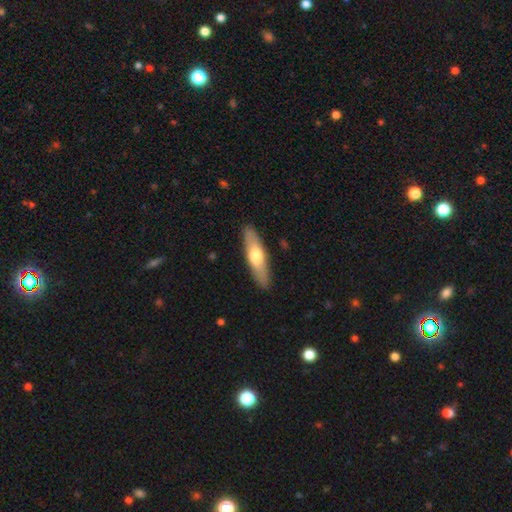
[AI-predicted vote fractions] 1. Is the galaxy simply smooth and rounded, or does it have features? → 56% smooth, 39% featured or disk, 5% star or artifact.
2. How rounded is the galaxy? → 67% cigar-shaped, 31% in between, 2% round.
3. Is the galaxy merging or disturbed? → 88% none, 9% minor disturbance, 2% major disturbance, 1% merger.